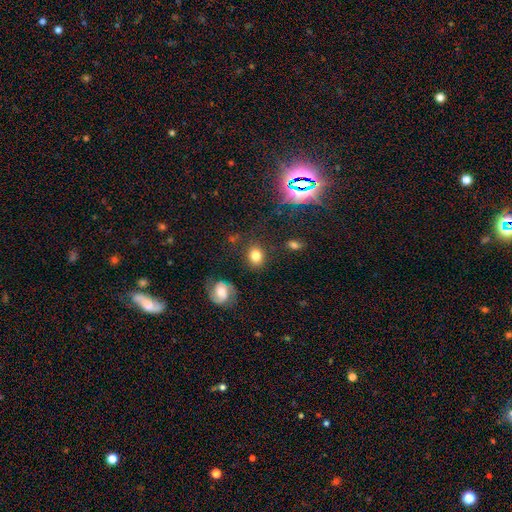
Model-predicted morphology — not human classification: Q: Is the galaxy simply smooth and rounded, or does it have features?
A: smooth — 78%.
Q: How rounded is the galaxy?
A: round — 49%, tied with in between.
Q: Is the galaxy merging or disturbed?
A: none — 82%.